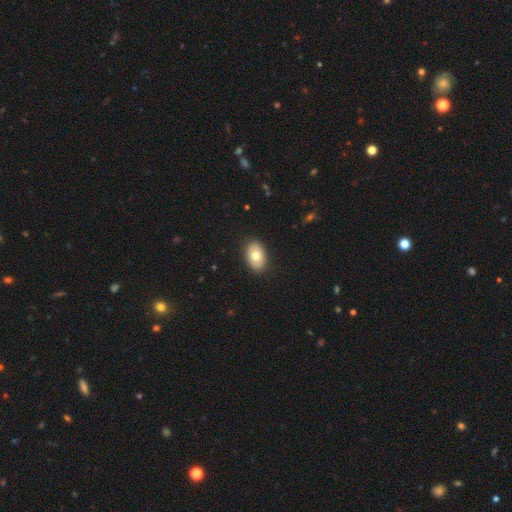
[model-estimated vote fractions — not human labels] smooth-or-featured: smooth: 76% | featured or disk: 17% | star or artifact: 7%
  how-rounded: in between: 89% | round: 9% | cigar-shaped: 1%
  merging: none: 89% | minor disturbance: 8% | major disturbance: 2% | merger: 1%